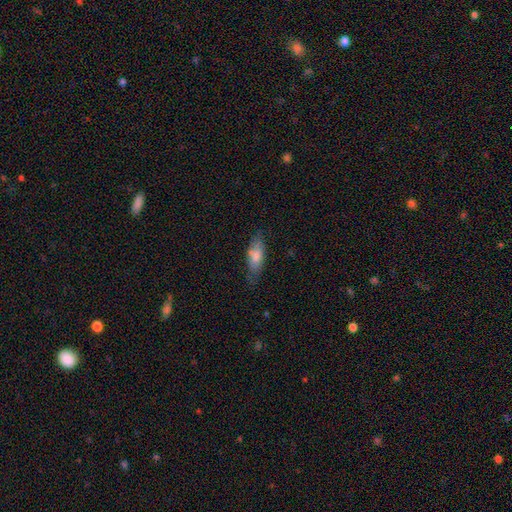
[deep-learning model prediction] Smooth or featured? smooth (74%)
How rounded? in between (72%)
Merging? none (69%)